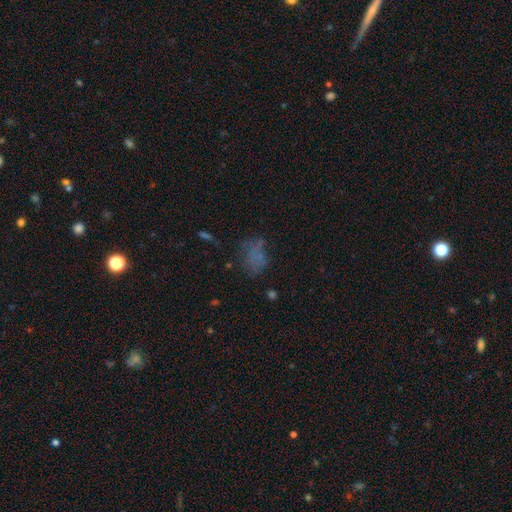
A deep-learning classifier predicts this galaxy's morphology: A smooth galaxy with no disk features (54%) that is in between round and cigar-shaped (72%).

Vote fractions:
- Smooth or featured? smooth: 54% / featured or disk: 24% / star or artifact: 22%
- How rounded? in between: 72% / round: 25% / cigar-shaped: 3%
- Merging? none: 46% / major disturbance: 25% / minor disturbance: 23% / merger: 6%